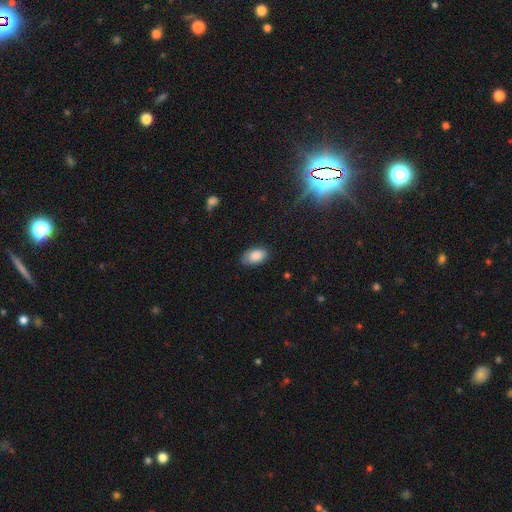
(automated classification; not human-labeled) Smooth or featured: smooth — 85% (featured or disk — 7%)
How rounded: in between — 94% (round — 5%)
Merging: none — 77% (minor disturbance — 18%)